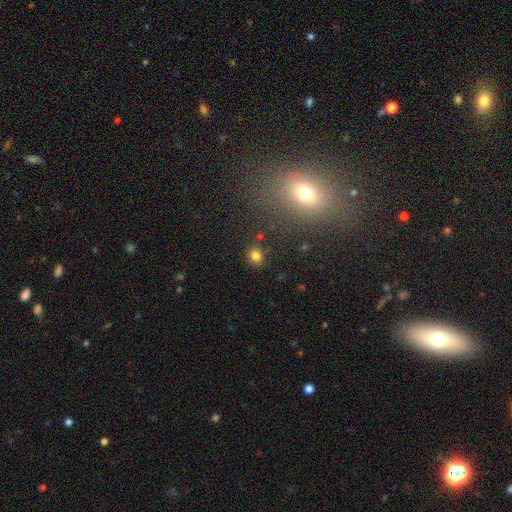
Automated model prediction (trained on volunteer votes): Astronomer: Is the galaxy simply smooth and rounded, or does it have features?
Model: smooth — 79%.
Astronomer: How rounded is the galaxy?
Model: round — 79%.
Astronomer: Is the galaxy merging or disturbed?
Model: none — 86%.